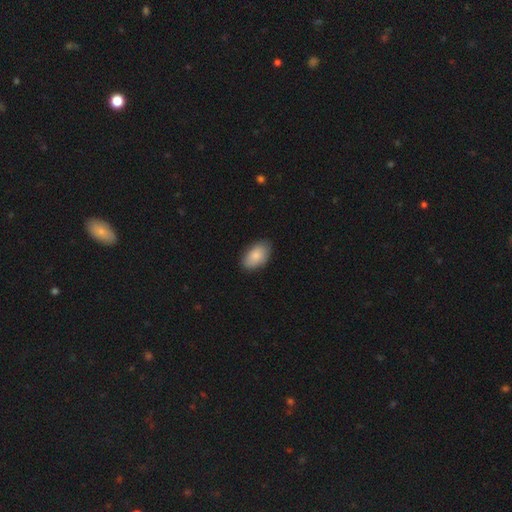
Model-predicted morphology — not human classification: Smooth or featured: smooth — 85% (featured or disk — 8%)
How rounded: in between — 93% (round — 5%)
Merging: none — 85% (minor disturbance — 12%)